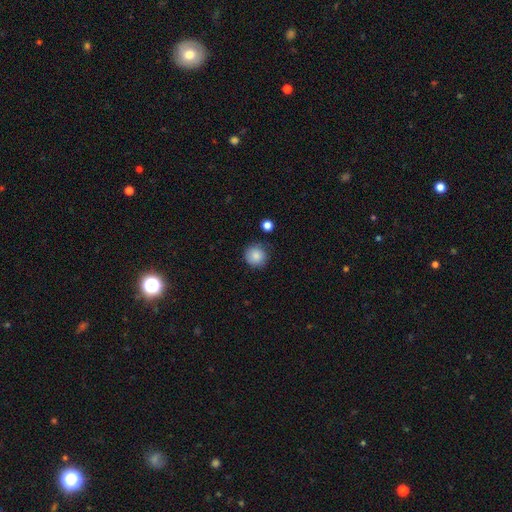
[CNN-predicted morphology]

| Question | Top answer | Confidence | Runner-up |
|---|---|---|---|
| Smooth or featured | smooth | 86% | star or artifact (9%) |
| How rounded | round | 93% | in between (6%) |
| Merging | none | 81% | minor disturbance (13%) |